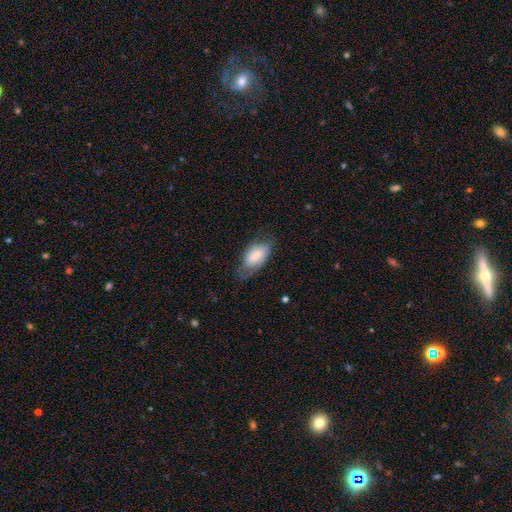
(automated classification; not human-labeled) The model was most divided on "smooth or featured": smooth: 54%, featured or disk: 39%, star or artifact: 7%. More confident: how rounded — in between (92%); merging — none (54%).